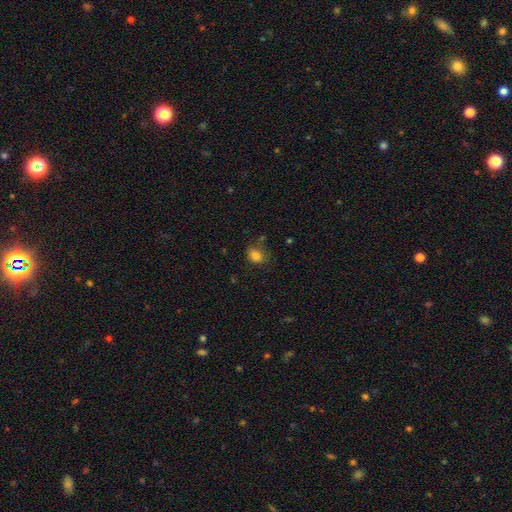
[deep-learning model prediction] A smooth galaxy with no disk features (82%) that is in between round and cigar-shaped (53%).

Vote fractions:
- Smooth or featured? smooth: 82% / star or artifact: 11% / featured or disk: 6%
- How rounded? in between: 53% / round: 46% / cigar-shaped: 1%
- Merging? none: 67% / minor disturbance: 23% / major disturbance: 7% / merger: 4%